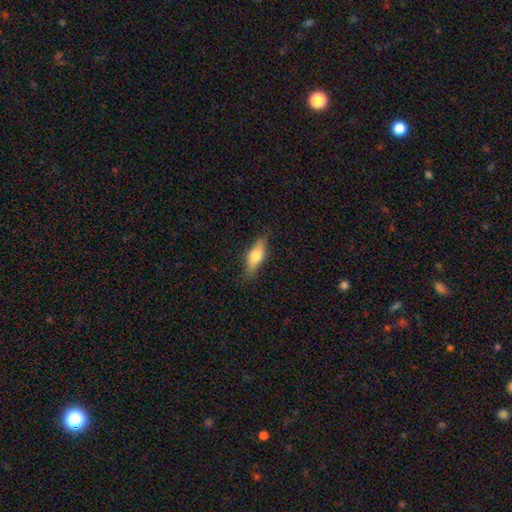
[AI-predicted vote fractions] The model was most divided on "how rounded": in between: 65%, cigar-shaped: 32%, round: 3%. More confident: merging — none (81%); smooth or featured — smooth (66%).